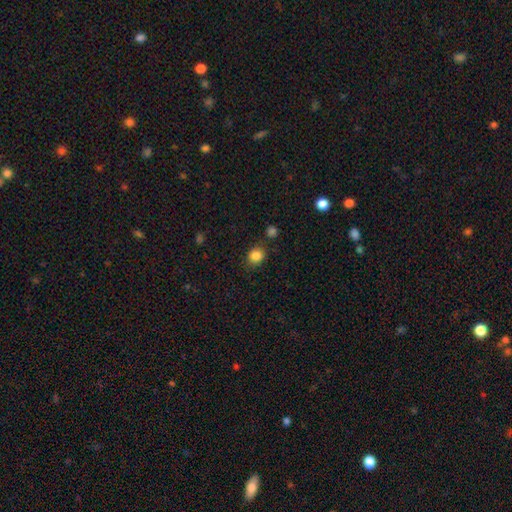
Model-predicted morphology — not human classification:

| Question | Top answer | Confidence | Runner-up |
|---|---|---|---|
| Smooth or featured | smooth | 85% | star or artifact (11%) |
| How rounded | round | 72% | in between (27%) |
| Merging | none | 79% | minor disturbance (12%) |